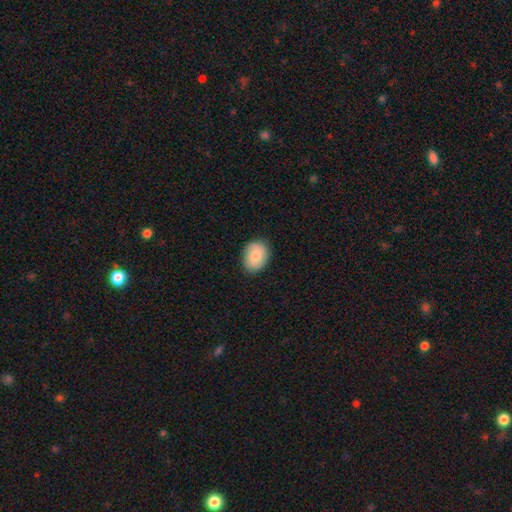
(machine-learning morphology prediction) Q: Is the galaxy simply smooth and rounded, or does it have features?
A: smooth — 80%.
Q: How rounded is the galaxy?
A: in between — 55%.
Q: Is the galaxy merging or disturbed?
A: none — 85%.